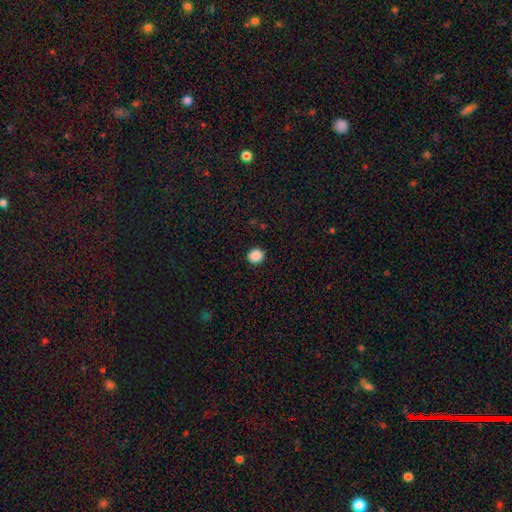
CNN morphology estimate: Smooth or featured? smooth (88%)
How rounded? round (92%)
Merging? none (92%)